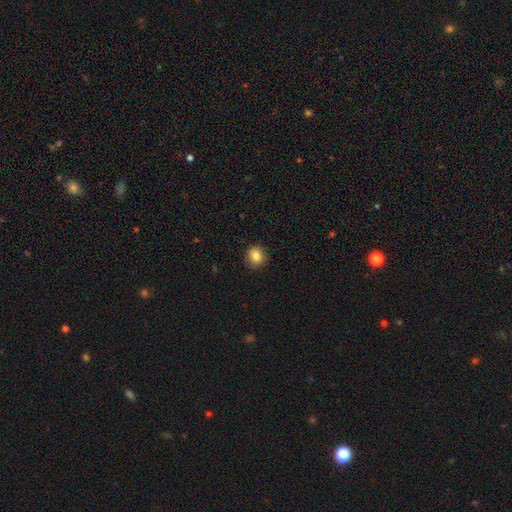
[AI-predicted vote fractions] Q: Smooth or featured?
A: smooth (85%); runner-up: star or artifact (10%)
Q: How rounded?
A: round (75%); runner-up: in between (24%)
Q: Merging?
A: none (89%); runner-up: minor disturbance (8%)